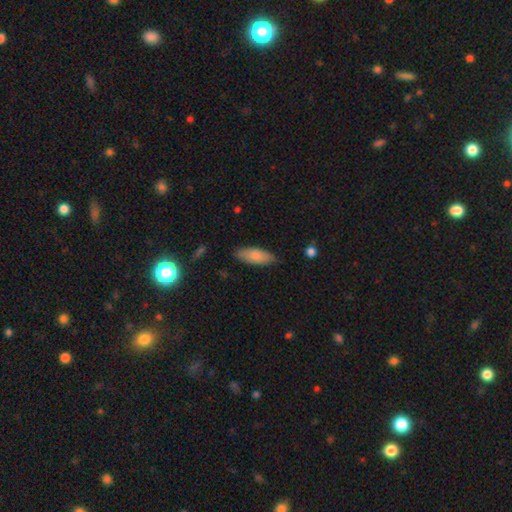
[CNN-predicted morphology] A smooth galaxy with no disk features (82%) that is in between round and cigar-shaped (77%). Merging: none (81%).